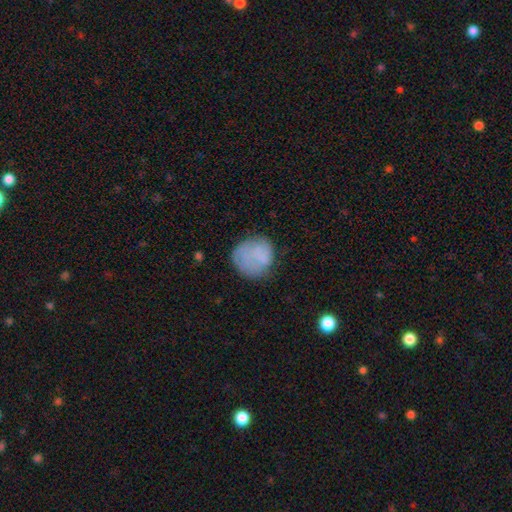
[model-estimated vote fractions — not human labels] smooth-or-featured: smooth: 68% | featured or disk: 23% | star or artifact: 9%
  how-rounded: round: 84% | in between: 15% | cigar-shaped: 1%
  merging: none: 58% | minor disturbance: 26% | major disturbance: 13% | merger: 3%